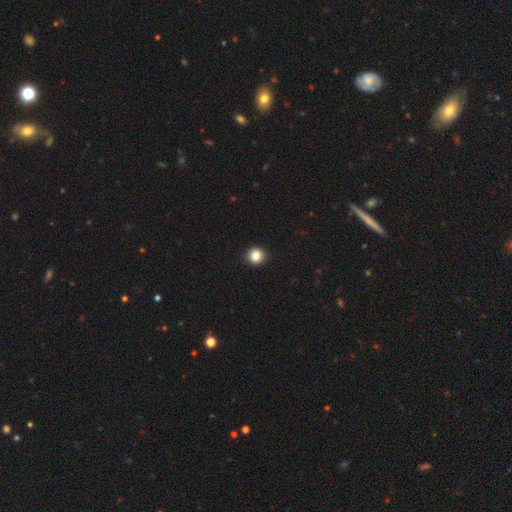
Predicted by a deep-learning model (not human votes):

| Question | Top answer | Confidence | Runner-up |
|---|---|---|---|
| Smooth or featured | smooth | 84% | star or artifact (11%) |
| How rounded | round | 90% | in between (9%) |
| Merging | none | 93% | minor disturbance (5%) |